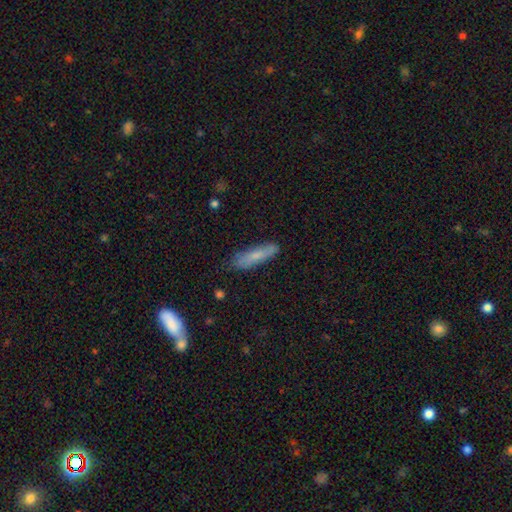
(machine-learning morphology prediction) Smooth or featured?
  - smooth: 68% *
  - featured or disk: 25%
  - star or artifact: 7%
How rounded?
  - cigar-shaped: 76% *
  - in between: 22%
  - round: 2%
Merging?
  - none: 77% *
  - minor disturbance: 18%
  - major disturbance: 3%
  - merger: 2%